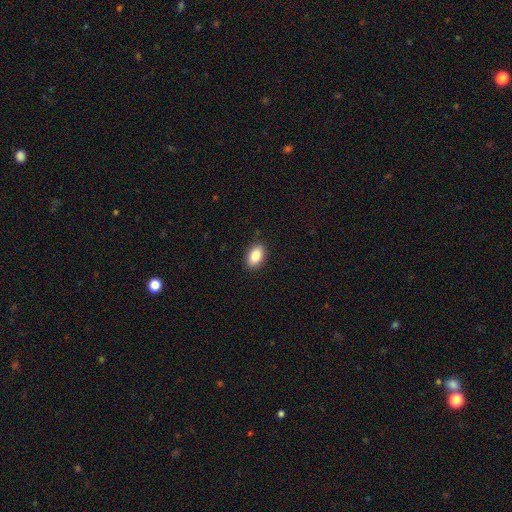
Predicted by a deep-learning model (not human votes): Q: Smooth or featured?
A: smooth (86%); runner-up: star or artifact (7%)
Q: How rounded?
A: in between (91%); runner-up: round (7%)
Q: Merging?
A: none (89%); runner-up: minor disturbance (8%)